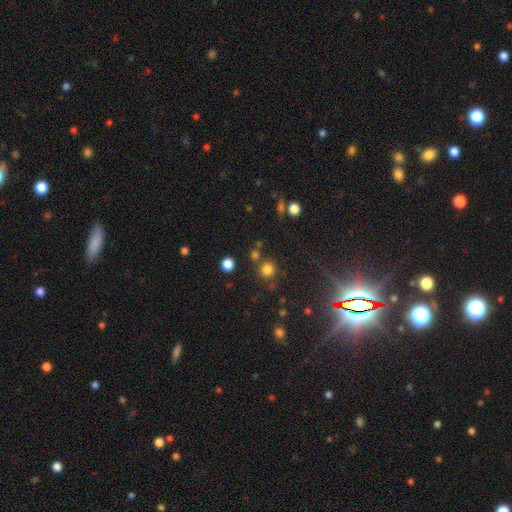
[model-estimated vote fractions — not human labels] This appears to be a smooth galaxy with no disk features (52%) that is round (90%). Merging: none (80%).